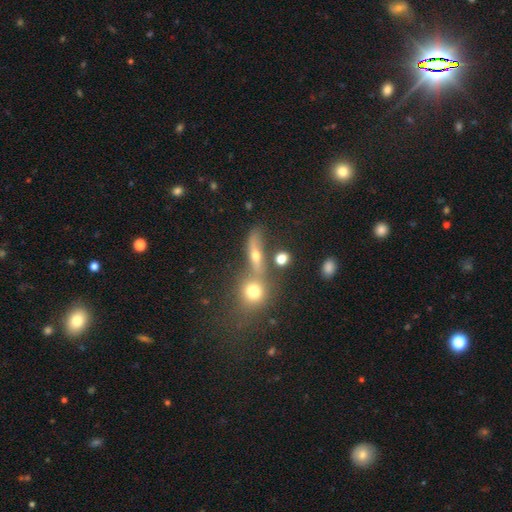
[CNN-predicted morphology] Smooth or featured?
  - smooth: 51% *
  - featured or disk: 34%
  - star or artifact: 15%
How rounded?
  - in between: 37% *
  - cigar-shaped: 36%
  - round: 28%
Merging?
  - none: 50% *
  - merger: 28%
  - minor disturbance: 13%
  - major disturbance: 8%